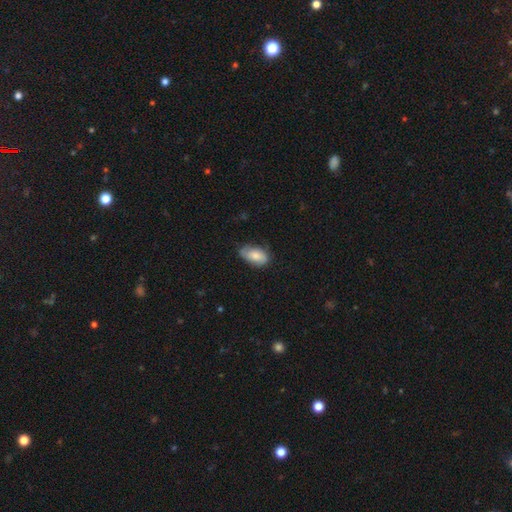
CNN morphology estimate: This appears to be a smooth galaxy with no disk features (74%) that is in between round and cigar-shaped (93%). Merging: none (63%).